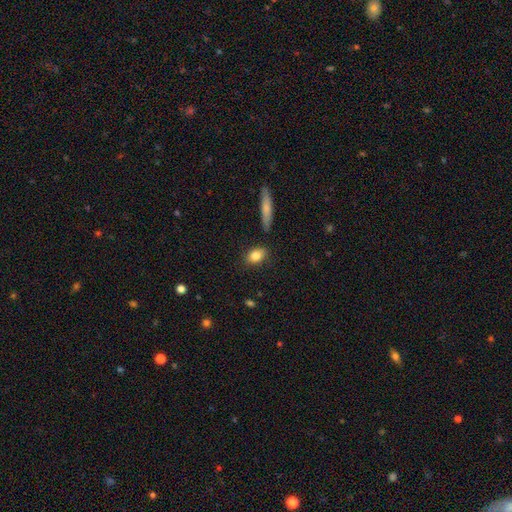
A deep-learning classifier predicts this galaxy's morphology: A smooth galaxy with no disk features (82%) that is in between round and cigar-shaped (75%). Merging: none (82%).